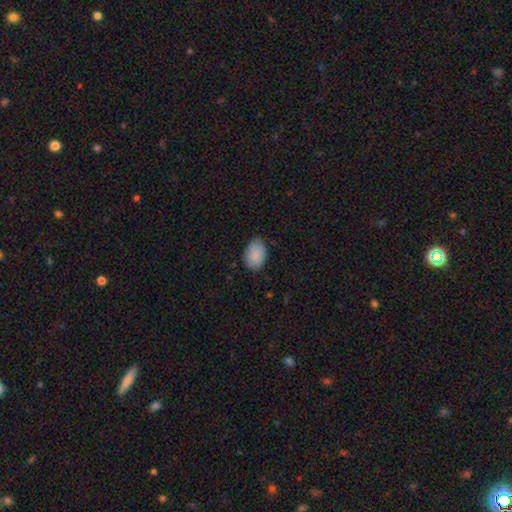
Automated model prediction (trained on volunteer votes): smooth 88%, star or artifact 7%, featured or disk 5%. Down the decision tree: how rounded — in between (82%); merging — none (77%).